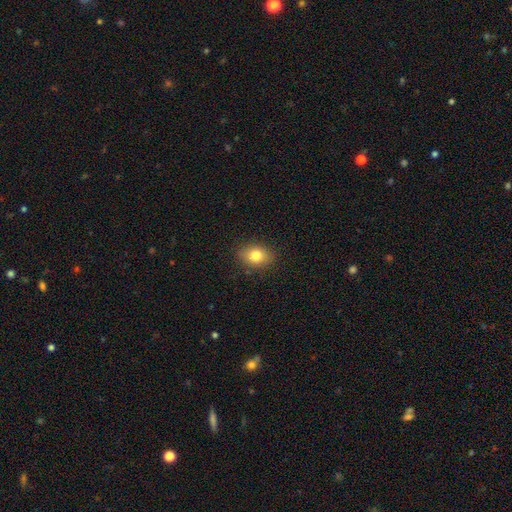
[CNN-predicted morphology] The model was most divided on "how rounded": in between: 63%, round: 35%, cigar-shaped: 1%. More confident: merging — none (86%); smooth or featured — smooth (80%).